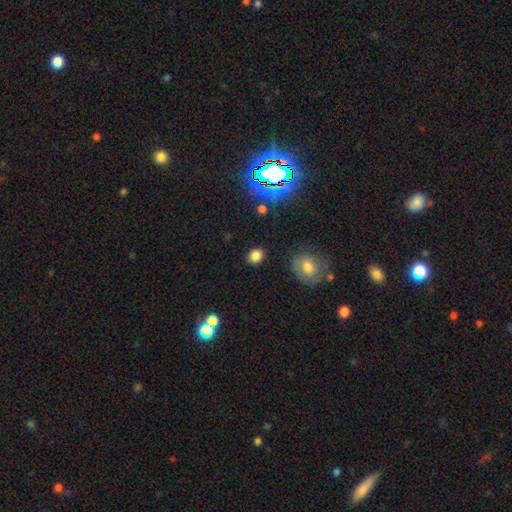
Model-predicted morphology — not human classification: This appears to be a smooth galaxy with no disk features (80%) that is round (63%). Merging: none (86%).